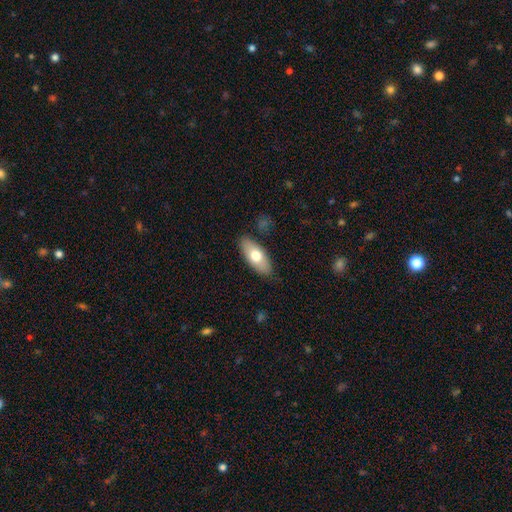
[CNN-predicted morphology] Smooth or featured?
  - smooth: 68% *
  - featured or disk: 26%
  - star or artifact: 6%
How rounded?
  - in between: 85% *
  - cigar-shaped: 12%
  - round: 3%
Merging?
  - none: 85% *
  - minor disturbance: 11%
  - major disturbance: 2%
  - merger: 2%